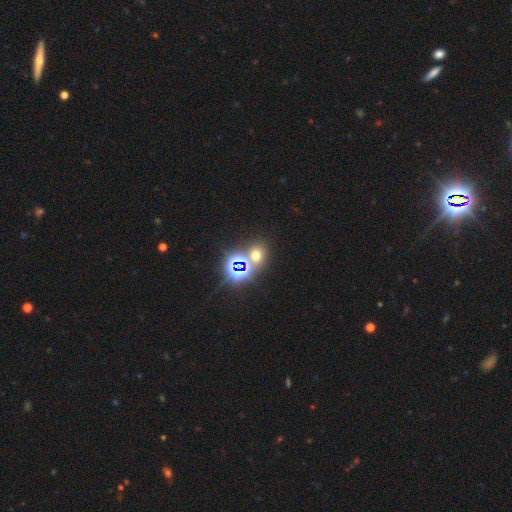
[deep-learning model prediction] This is possibly a smooth galaxy (48%). Merging: likely none (70%).